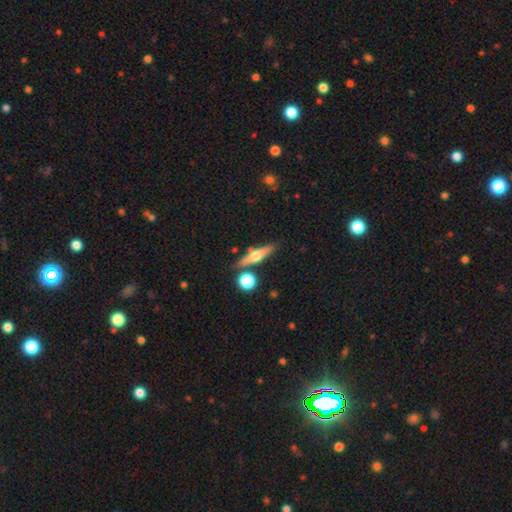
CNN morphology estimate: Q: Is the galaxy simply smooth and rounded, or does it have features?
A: featured or disk — 60%.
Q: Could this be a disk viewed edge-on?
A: yes — 95%.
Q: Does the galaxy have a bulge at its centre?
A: rounded — 94%.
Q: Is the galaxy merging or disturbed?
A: none — 80%.